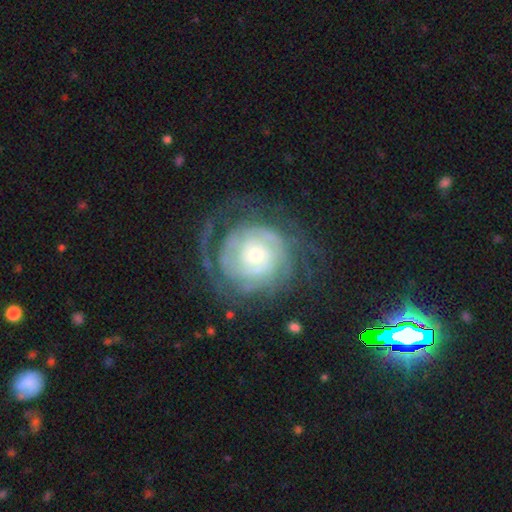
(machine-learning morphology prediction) Q: Smooth or featured?
A: featured or disk (82%); runner-up: smooth (12%)
Q: Edge-on disk?
A: no (97%); runner-up: yes (3%)
Q: Bar?
A: no (76%); runner-up: weak (19%)
Q: Spiral arms?
A: yes (91%); runner-up: no (9%)
Q: Spiral winding?
A: tight (67%); runner-up: medium (22%)
Q: Spiral arm count?
A: can't tell (40%); runner-up: 2 (26%)
Q: Bulge size?
A: small (48%); runner-up: moderate (42%)
Q: Merging?
A: none (63%); runner-up: major disturbance (20%)